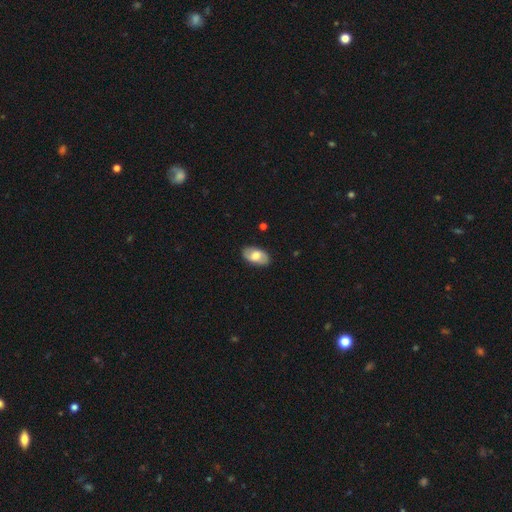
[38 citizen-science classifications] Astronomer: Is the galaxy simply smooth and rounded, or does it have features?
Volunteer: smooth — 68%.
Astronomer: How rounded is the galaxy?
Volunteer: in between — 92%.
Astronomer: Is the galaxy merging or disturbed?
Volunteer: none — 92%.